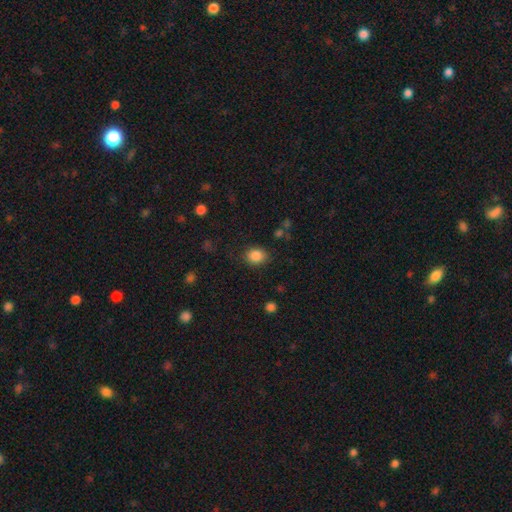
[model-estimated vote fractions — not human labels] This is clearly a smooth galaxy (86%). How rounded: possibly round (51%). Merging: clearly none (83%).